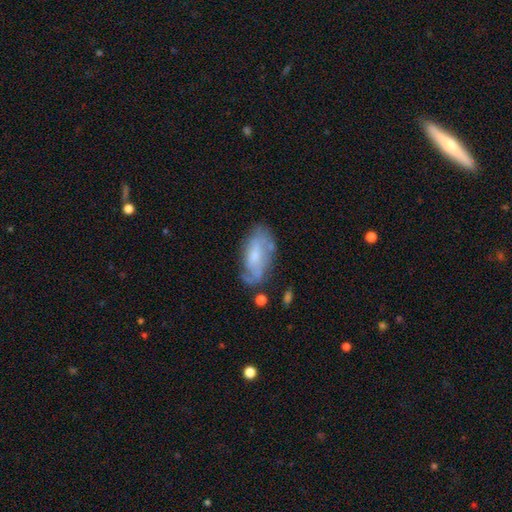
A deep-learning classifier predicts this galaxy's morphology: Smooth or featured? featured or disk (55%)
Edge-on disk? no (90%)
Merging? none (59%)